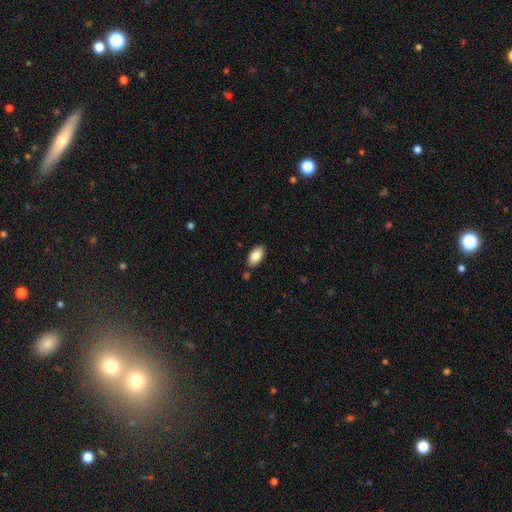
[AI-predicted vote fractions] smooth 84%, featured or disk 9%, star or artifact 7%. Down the decision tree: how rounded — in between (93%); merging — none (81%).